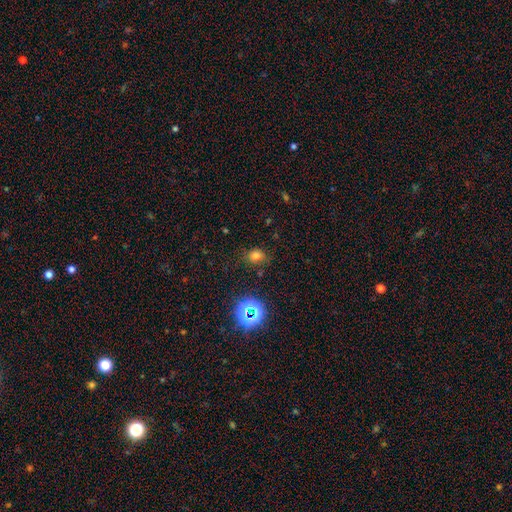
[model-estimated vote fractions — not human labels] Q: Smooth or featured?
A: smooth (69%); runner-up: star or artifact (23%)
Q: How rounded?
A: in between (53%); runner-up: round (46%)
Q: Merging?
A: none (76%); runner-up: minor disturbance (16%)